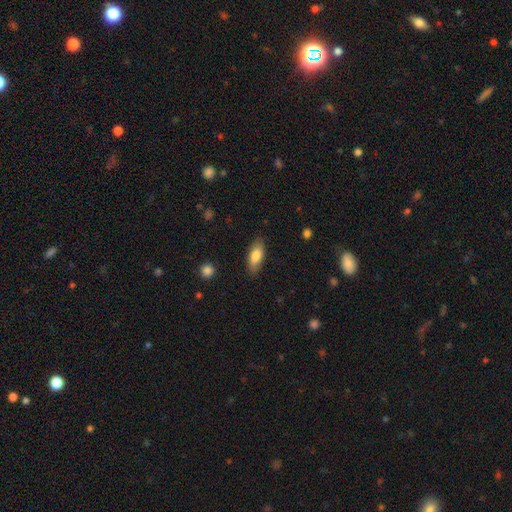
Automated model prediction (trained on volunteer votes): Smooth or featured: smooth — 80% (featured or disk — 14%)
How rounded: in between — 80% (cigar-shaped — 18%)
Merging: none — 86% (minor disturbance — 11%)